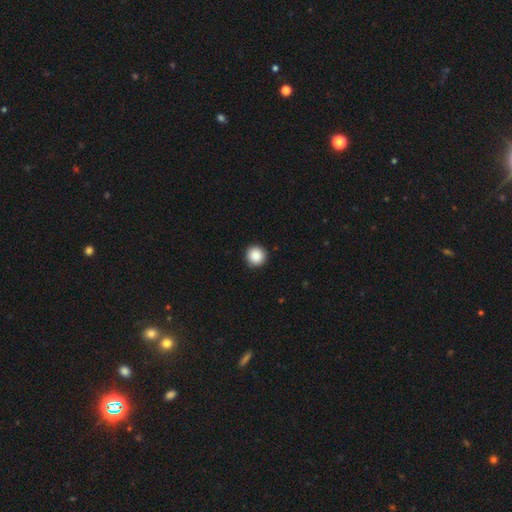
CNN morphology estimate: type=smooth (89%); roundness=round (96%); merging=none (92%).